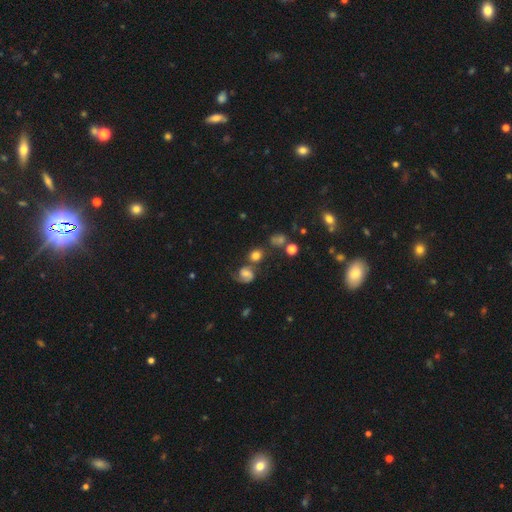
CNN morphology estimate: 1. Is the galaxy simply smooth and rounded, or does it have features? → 56% smooth, 27% featured or disk, 16% star or artifact.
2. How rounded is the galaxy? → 71% round, 27% in between, 2% cigar-shaped.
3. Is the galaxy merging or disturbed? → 48% none, 25% merger, 15% minor disturbance, 12% major disturbance.